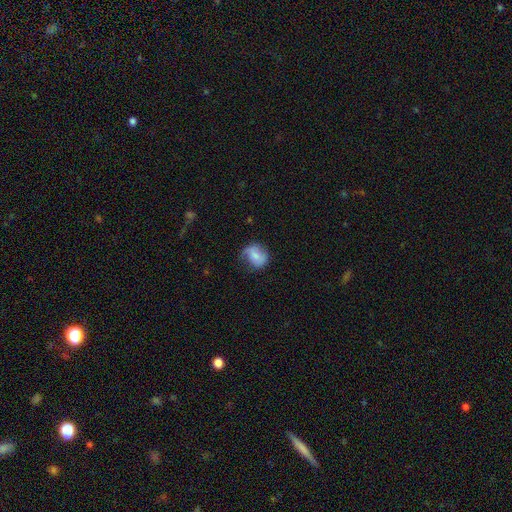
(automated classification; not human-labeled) Overall: smooth (57%; featured or disk 35%). How rounded: round (56%; in between 43%). Merging: none (54%; minor disturbance 31%).